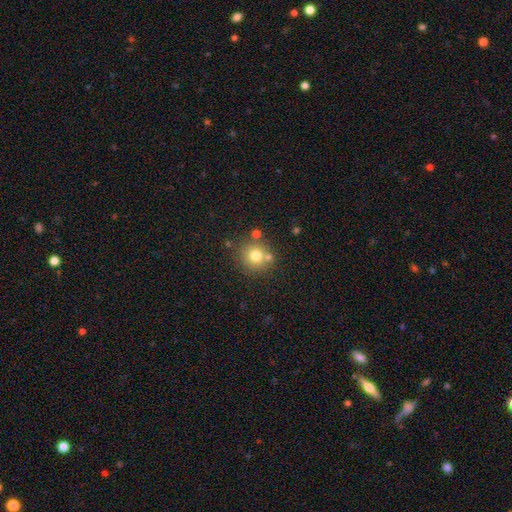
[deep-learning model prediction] Smooth or featured? smooth (75%)
How rounded? round (92%)
Merging? none (73%)